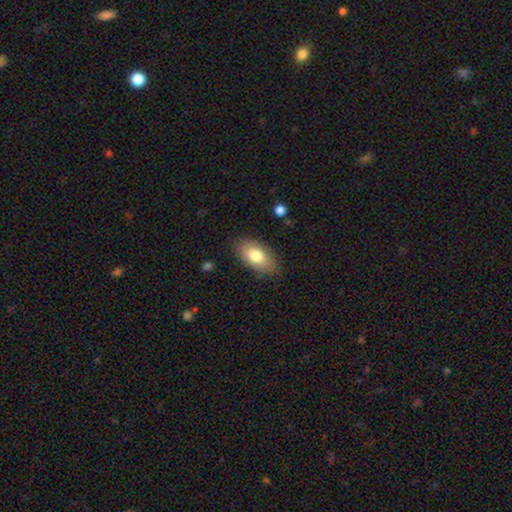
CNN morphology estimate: Q: Smooth or featured?
A: smooth (76%); runner-up: featured or disk (17%)
Q: How rounded?
A: in between (92%); runner-up: round (4%)
Q: Merging?
A: none (84%); runner-up: minor disturbance (12%)